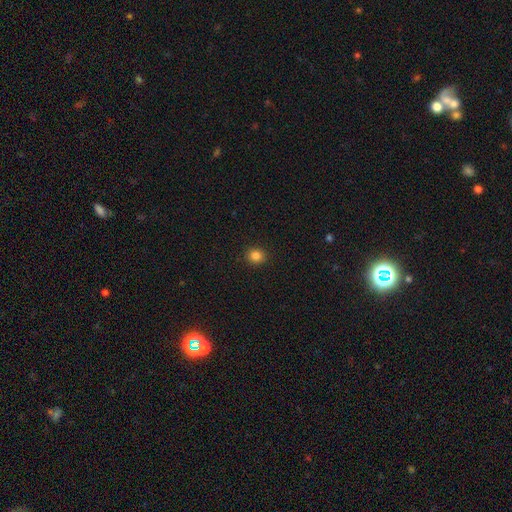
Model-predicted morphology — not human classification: The model was most divided on "how rounded": round: 84%, in between: 15%, cigar-shaped: 1%. More confident: merging — none (92%); smooth or featured — smooth (85%).